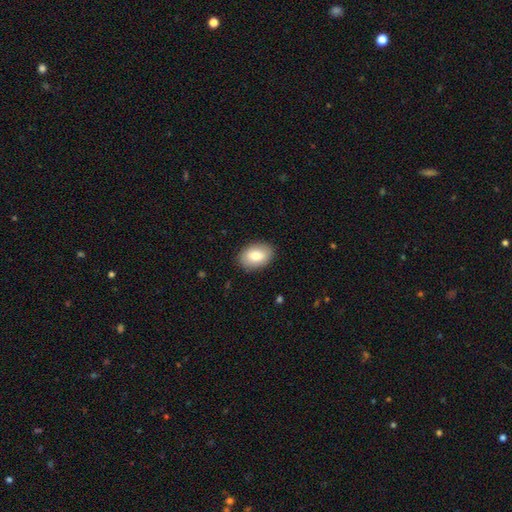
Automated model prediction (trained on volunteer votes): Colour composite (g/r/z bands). It shows a smooth galaxy with no disk features (80%) that is in between round and cigar-shaped (84%). Merging: none (88%).